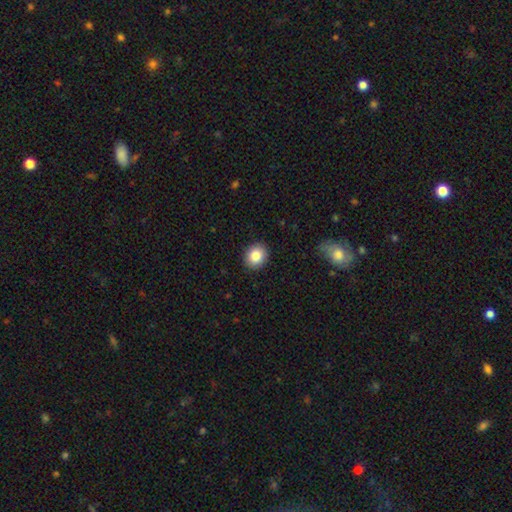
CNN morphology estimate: smooth_or_featured: smooth (p=0.85) [alt: star or artifact p=0.09]
how_rounded: round (p=0.63) [alt: in between p=0.36]
merging: none (p=0.91) [alt: minor disturbance p=0.07]